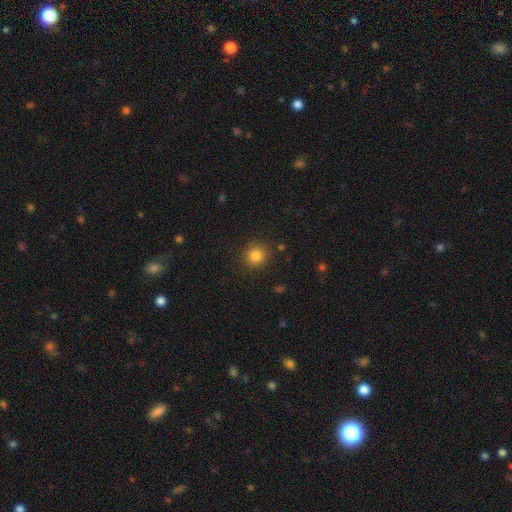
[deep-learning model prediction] Overall: smooth (83%). How rounded: round (91%). Merging: none (90%).